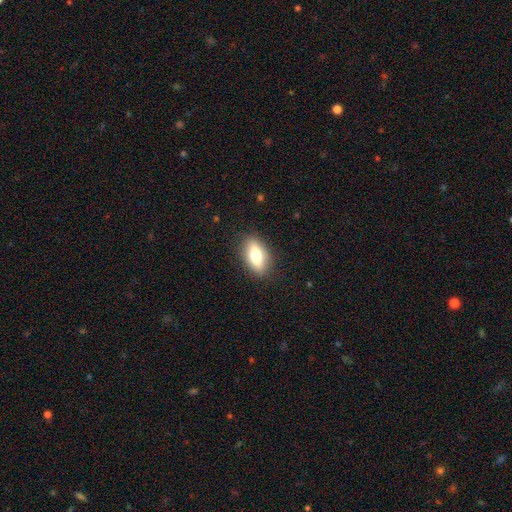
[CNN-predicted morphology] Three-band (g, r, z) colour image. It shows a smooth galaxy with no disk features (70%) that is in between round and cigar-shaped (83%). Merging: none (86%).